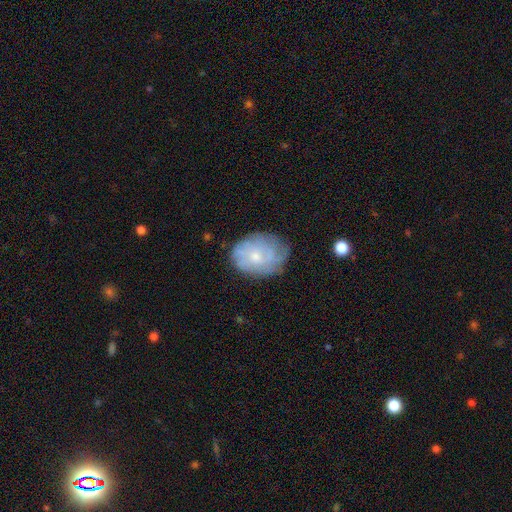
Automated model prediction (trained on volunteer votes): Smooth or featured? featured or disk (50%)
Edge-on disk? no (97%)
Merging? none (65%)